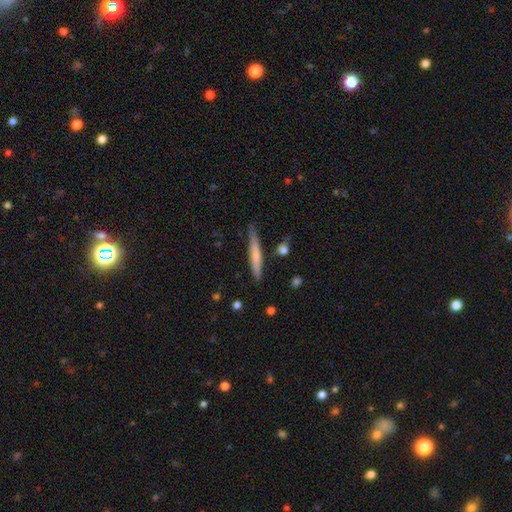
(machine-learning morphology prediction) This is likely a smooth galaxy (62%). How rounded: clearly cigar-shaped (95%). Merging: likely none (79%).